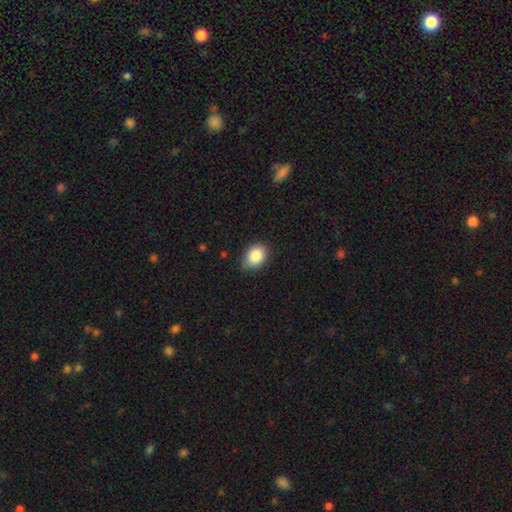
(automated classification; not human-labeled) A smooth galaxy with no disk features (87%) that is in between round and cigar-shaped (67%).

Vote fractions:
- Smooth or featured? smooth: 87% / star or artifact: 8% / featured or disk: 5%
- How rounded? in between: 67% / round: 32% / cigar-shaped: 1%
- Merging? none: 74% / minor disturbance: 22% / major disturbance: 3% / merger: 1%